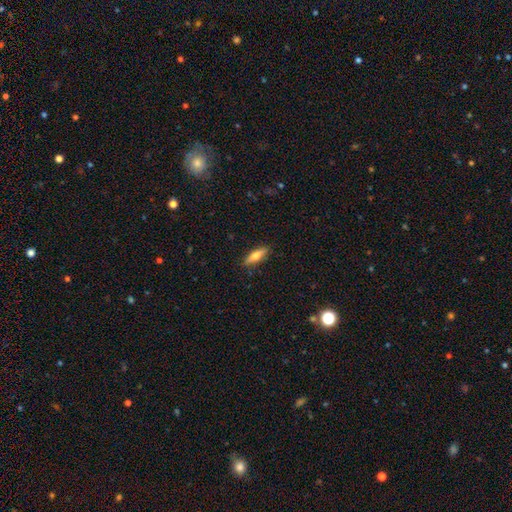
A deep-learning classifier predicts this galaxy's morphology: Smooth or featured? Predicted: smooth (p=0.65). How rounded? Predicted: cigar-shaped (p=0.52). Merging? Predicted: none (p=0.87).